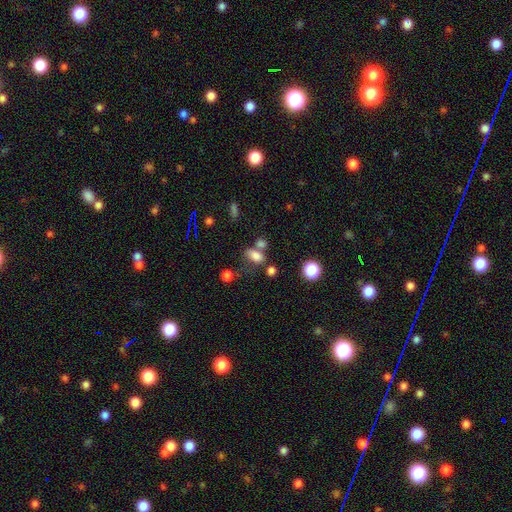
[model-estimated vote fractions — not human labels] Smooth or featured: smooth — 78% (star or artifact — 14%)
How rounded: in between — 82% (round — 14%)
Merging: none — 44% (merger — 31%)